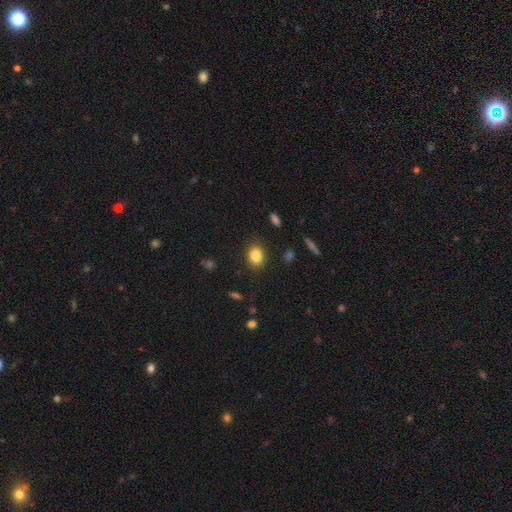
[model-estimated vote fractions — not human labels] Smooth or featured? Predicted: smooth (p=0.84). How rounded? Predicted: in between (p=0.66). Merging? Predicted: none (p=0.87).